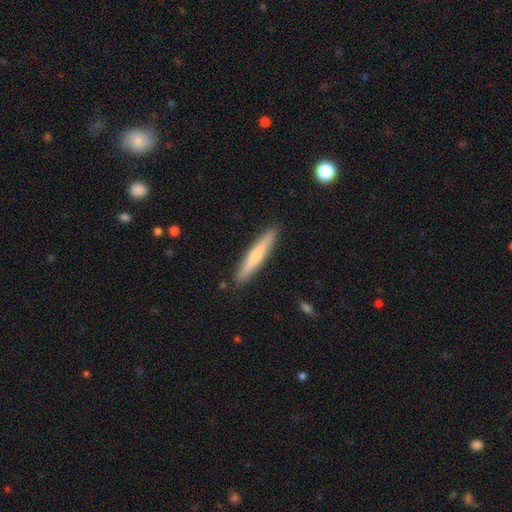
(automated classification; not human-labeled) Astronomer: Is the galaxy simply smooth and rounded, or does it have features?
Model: smooth — 57% (runner-up: featured or disk, 37%).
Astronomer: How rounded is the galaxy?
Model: cigar-shaped — 94%.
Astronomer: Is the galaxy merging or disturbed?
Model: none — 91%.